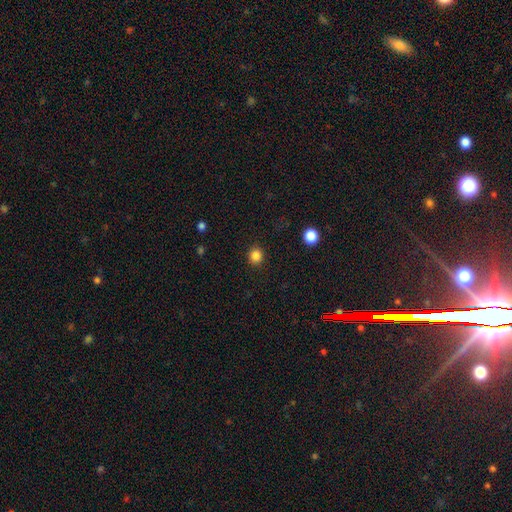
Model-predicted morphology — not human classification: Smooth or featured: smooth — 85% (star or artifact — 12%)
How rounded: round — 88% (in between — 11%)
Merging: none — 91% (minor disturbance — 6%)